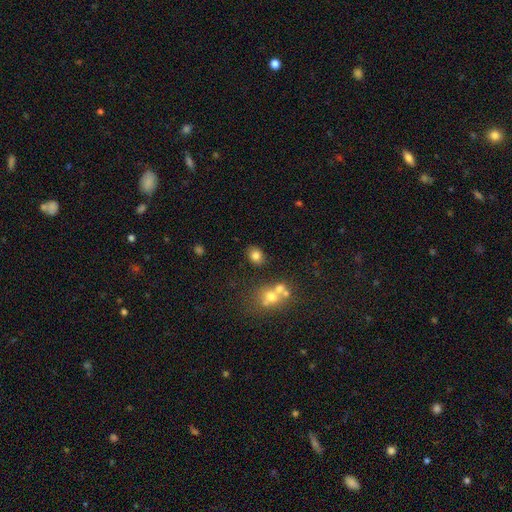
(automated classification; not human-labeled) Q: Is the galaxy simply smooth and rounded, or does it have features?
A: smooth — 78%.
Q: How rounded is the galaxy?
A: round — 52%.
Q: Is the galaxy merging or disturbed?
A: none — 79%.